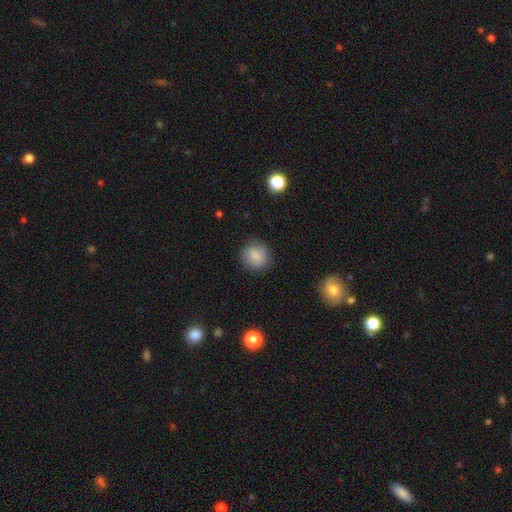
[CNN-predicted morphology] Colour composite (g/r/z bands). It shows a smooth galaxy with no disk features (85%) that is round (80%). Merging: none (84%).